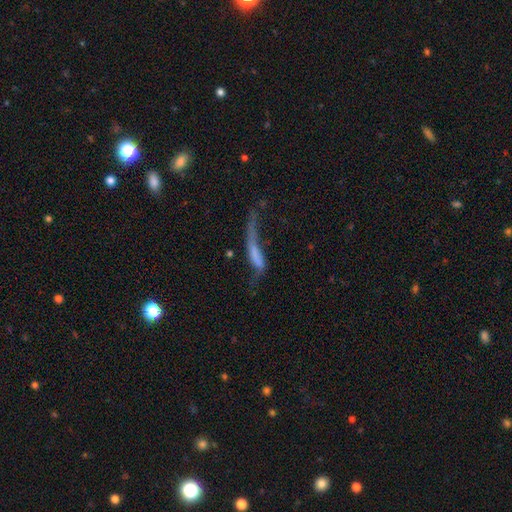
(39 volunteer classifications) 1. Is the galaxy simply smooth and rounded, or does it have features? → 46% smooth (tied), 46% featured or disk (tied), 8% star or artifact.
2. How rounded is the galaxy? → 56% cigar-shaped, 39% in between, 6% round.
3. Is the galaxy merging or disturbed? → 64% major disturbance, 17% merger, 14% none, 6% minor disturbance.